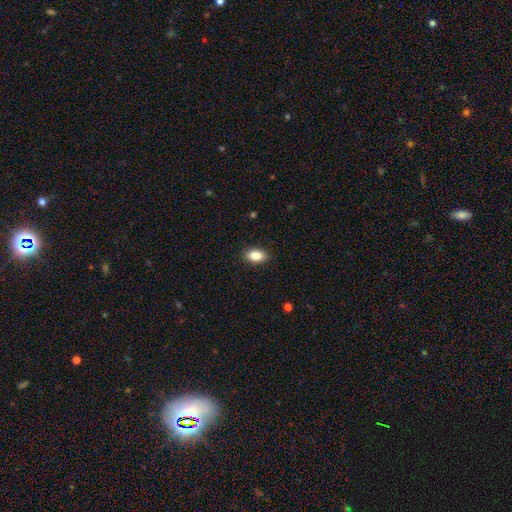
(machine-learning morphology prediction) smooth_or_featured: smooth (p=0.87) [alt: star or artifact p=0.08]
how_rounded: in between (p=0.91) [alt: round p=0.07]
merging: none (p=0.89) [alt: minor disturbance p=0.08]